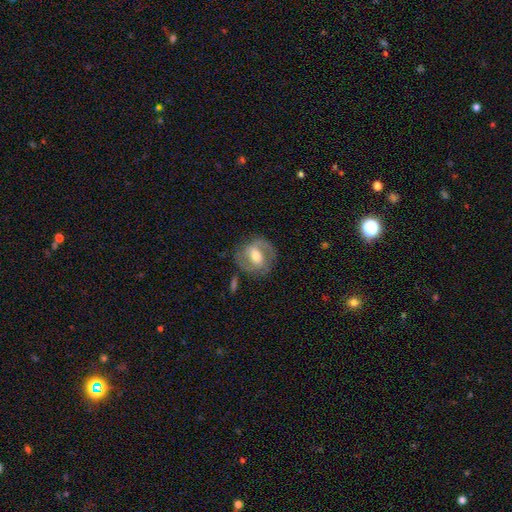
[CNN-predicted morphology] Overall: featured or disk (61%; smooth 32%). Edge-on disk: no (95%). Bar: weak (47%; strong 31%). Spiral arms: yes (74%). Bulge size: moderate (66%). Merging: none (72%).